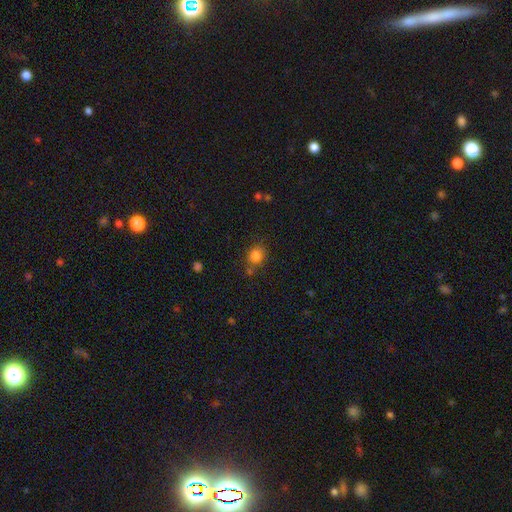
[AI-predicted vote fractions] Smooth or featured?
  - smooth: 82% *
  - star or artifact: 12%
  - featured or disk: 6%
How rounded?
  - round: 69% *
  - in between: 30%
  - cigar-shaped: 1%
Merging?
  - none: 70% *
  - minor disturbance: 15%
  - merger: 10%
  - major disturbance: 5%